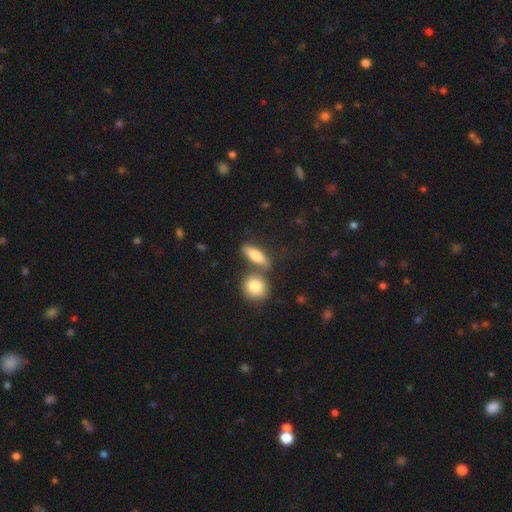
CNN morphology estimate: Overall: smooth (78%). How rounded: in between (59%; cigar-shaped 30%). Merging: none (59%; merger 25%).